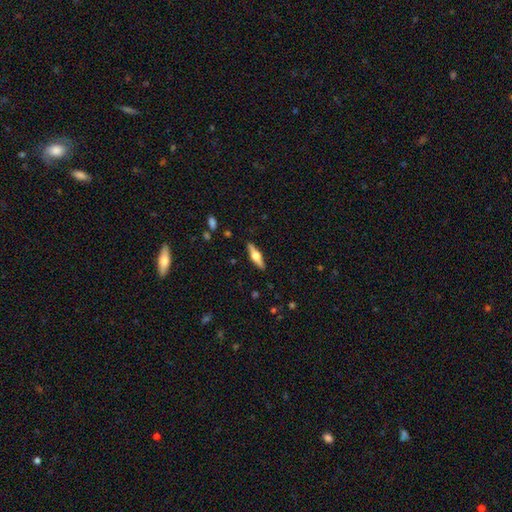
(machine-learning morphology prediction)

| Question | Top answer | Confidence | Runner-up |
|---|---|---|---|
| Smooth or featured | featured or disk | 63% | smooth (31%) |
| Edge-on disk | yes | 96% | no (4%) |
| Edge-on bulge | rounded | 94% | boxy (5%) |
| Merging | none | 89% | minor disturbance (8%) |